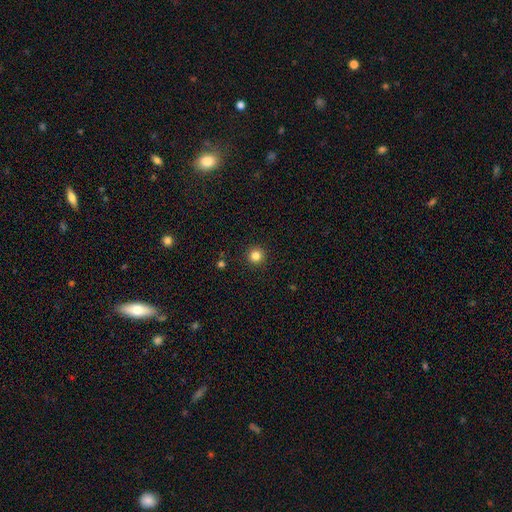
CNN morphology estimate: A smooth galaxy with no disk features (83%) that is round (96%).

Vote fractions:
- Smooth or featured? smooth: 83% / star or artifact: 12% / featured or disk: 5%
- How rounded? round: 96% / in between: 3% / cigar-shaped: 1%
- Merging? none: 93% / minor disturbance: 5% / major disturbance: 2% / merger: 1%